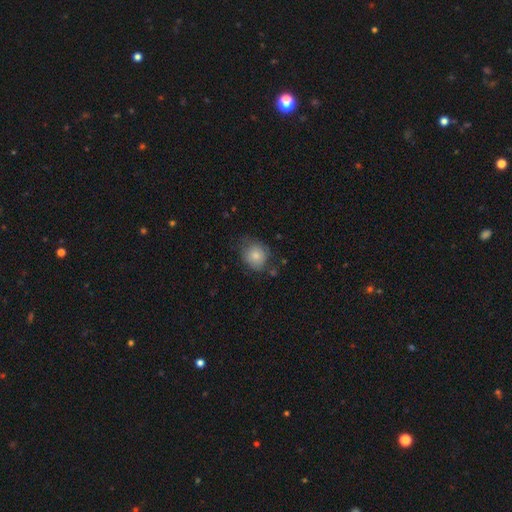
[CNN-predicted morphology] smooth 77%, featured or disk 15%, star or artifact 8%. Down the decision tree: how rounded — round (73%); merging — none (58%).